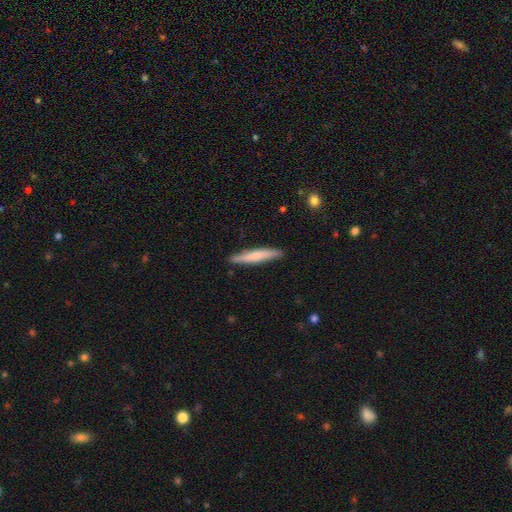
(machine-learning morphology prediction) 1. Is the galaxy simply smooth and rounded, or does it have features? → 65% smooth, 30% featured or disk, 5% star or artifact.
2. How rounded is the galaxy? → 94% cigar-shaped, 5% in between, 1% round.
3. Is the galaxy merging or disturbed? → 90% none, 7% minor disturbance, 1% major disturbance, 1% merger.